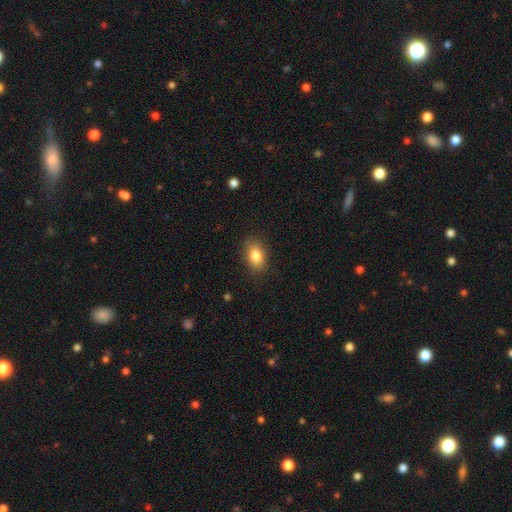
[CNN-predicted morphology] type=smooth (83%); roundness=in between (83%); merging=none (85%).